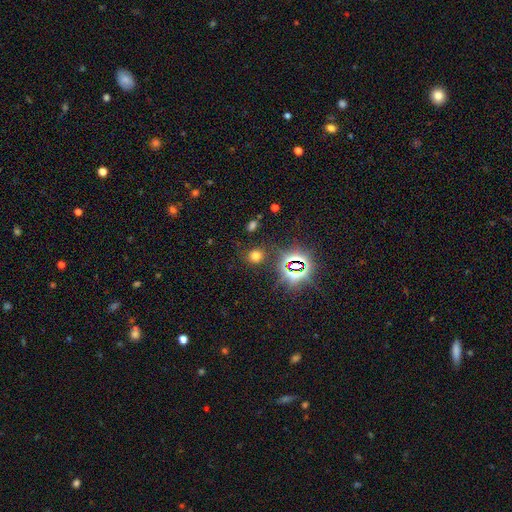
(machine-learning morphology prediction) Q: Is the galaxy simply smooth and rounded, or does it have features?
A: smooth — 61%.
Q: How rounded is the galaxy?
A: round — 79%.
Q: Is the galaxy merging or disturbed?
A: none — 84%.